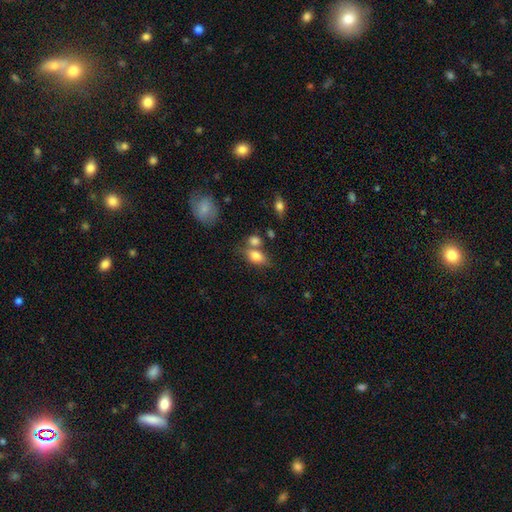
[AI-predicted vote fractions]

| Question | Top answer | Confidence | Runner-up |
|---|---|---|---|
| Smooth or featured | smooth | 80% | featured or disk (12%) |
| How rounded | in between | 84% | round (12%) |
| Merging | none | 48% | merger (30%) |